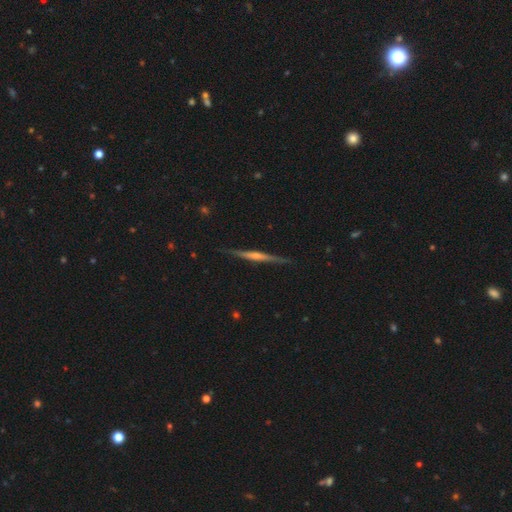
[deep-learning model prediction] A featured or disk galaxy (80%) viewed edge-on (98%) with a rounded central bulge (68%).

Vote fractions:
- Smooth or featured? featured or disk: 80% / smooth: 14% / star or artifact: 6%
- Edge-on disk? yes: 98% / no: 2%
- Edge-on bulge? rounded: 68% / none: 21% / boxy: 11%
- Merging? none: 90% / minor disturbance: 7% / major disturbance: 1% / merger: 1%